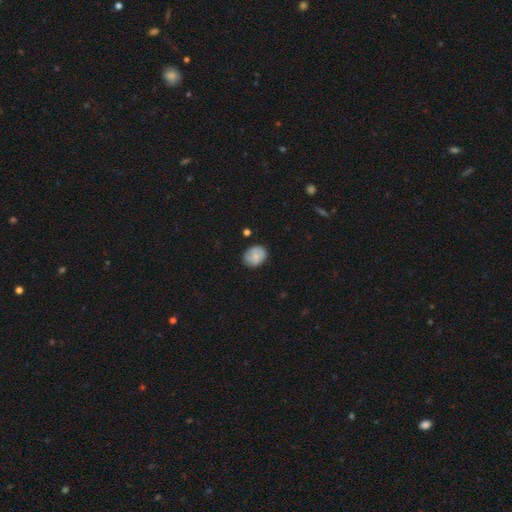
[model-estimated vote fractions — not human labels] The model was most divided on "how rounded": in between: 52%, round: 47%, cigar-shaped: 1%. More confident: merging — none (79%); smooth or featured — smooth (69%).